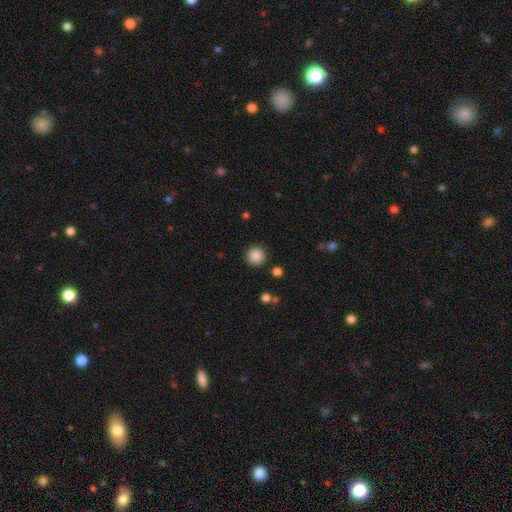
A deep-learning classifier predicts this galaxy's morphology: A smooth galaxy with no disk features (87%) that is round (95%).

Vote fractions:
- Smooth or featured? smooth: 87% / star or artifact: 10% / featured or disk: 3%
- How rounded? round: 95% / in between: 4% / cigar-shaped: 1%
- Merging? none: 91% / minor disturbance: 6% / major disturbance: 2% / merger: 2%